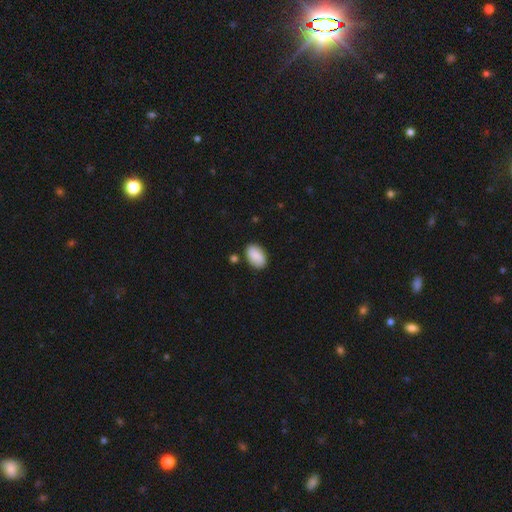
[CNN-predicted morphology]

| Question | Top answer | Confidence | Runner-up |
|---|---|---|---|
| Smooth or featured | smooth | 86% | featured or disk (8%) |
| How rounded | in between | 92% | round (7%) |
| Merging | none | 83% | minor disturbance (11%) |